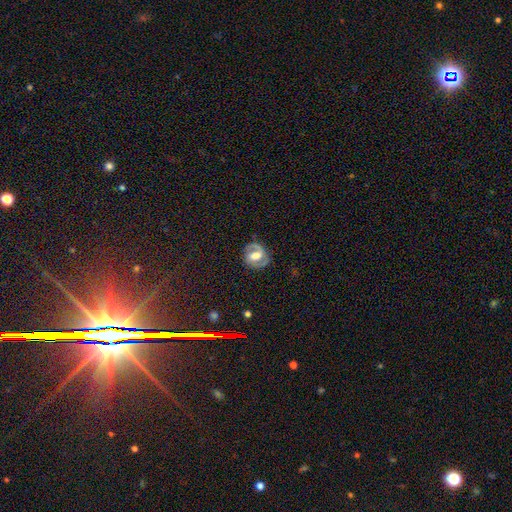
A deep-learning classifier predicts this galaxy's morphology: smooth_or_featured: featured or disk (p=0.70) [alt: smooth p=0.23]
disk_edge_on: no (p=0.96) [alt: yes p=0.04]
bar: weak (p=0.43) [alt: strong p=0.34]
has_spiral_arms: yes (p=0.80) [alt: no p=0.20]
spiral_winding: medium (p=0.46) [alt: tight p=0.39]
spiral_arm_count: 2 (p=0.83) [alt: can't tell p=0.07]
bulge_size: moderate (p=0.43) [alt: large p=0.39]
merging: none (p=0.75) [alt: minor disturbance p=0.16]